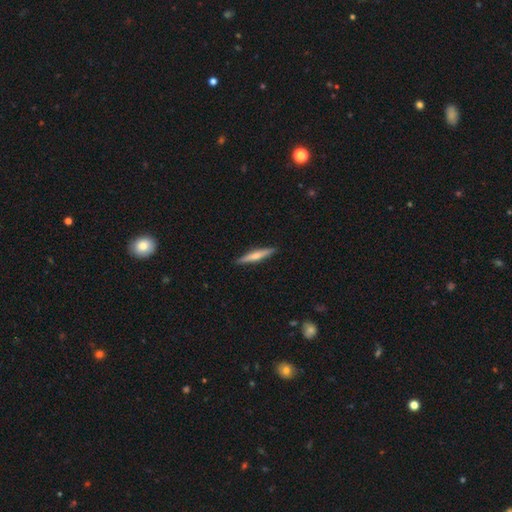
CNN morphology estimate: This appears to be a smooth galaxy with no disk features (51%) that is cigar-shaped (92%). Merging: none (91%).